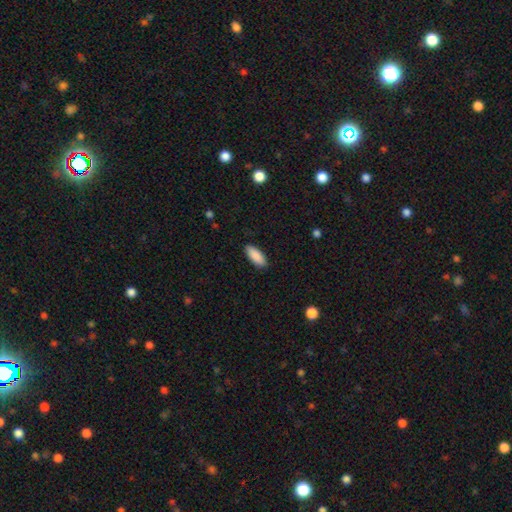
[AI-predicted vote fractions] Smooth or featured? smooth (90%)
How rounded? in between (84%)
Merging? none (89%)